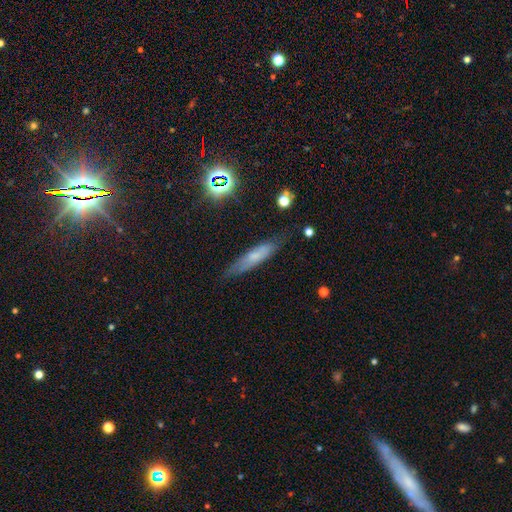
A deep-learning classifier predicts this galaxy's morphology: smooth_or_featured: smooth (p=0.54) [alt: featured or disk p=0.35]
how_rounded: cigar-shaped (p=0.78) [alt: in between p=0.19]
merging: none (p=0.74) [alt: minor disturbance p=0.19]